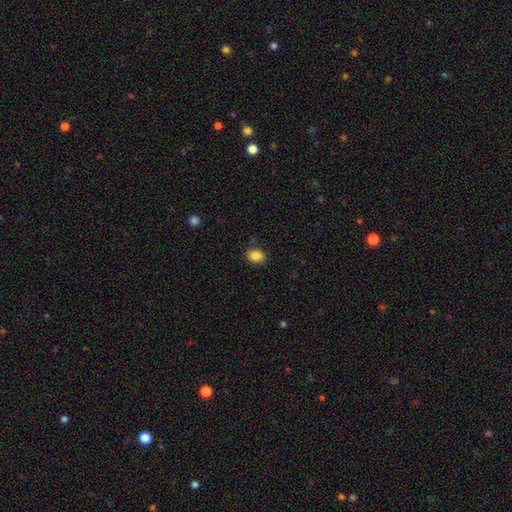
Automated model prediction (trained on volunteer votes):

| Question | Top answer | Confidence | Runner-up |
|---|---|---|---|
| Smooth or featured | smooth | 85% | star or artifact (9%) |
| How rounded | in between | 62% | round (37%) |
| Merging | none | 85% | minor disturbance (11%) |